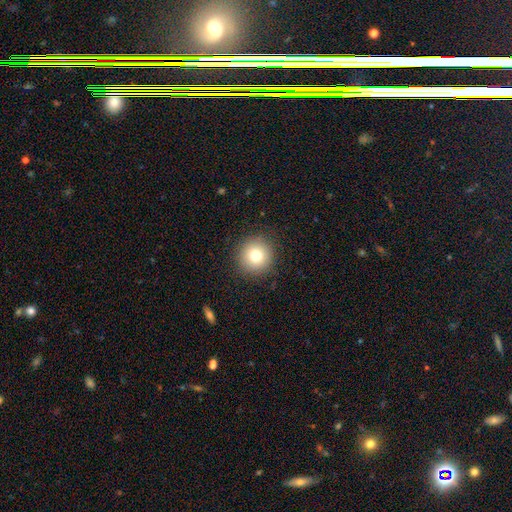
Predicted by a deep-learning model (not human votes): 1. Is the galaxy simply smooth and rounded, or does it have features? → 77% smooth, 12% star or artifact, 11% featured or disk.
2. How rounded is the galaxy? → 94% round, 5% in between, 1% cigar-shaped.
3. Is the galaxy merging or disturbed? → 90% none, 6% minor disturbance, 2% major disturbance, 1% merger.